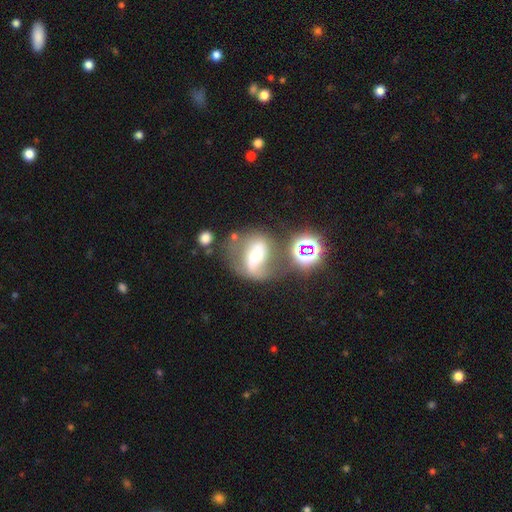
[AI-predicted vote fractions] smooth_or_featured: featured or disk (p=0.63) [alt: smooth p=0.23]
disk_edge_on: no (p=0.93) [alt: yes p=0.07]
bar: strong (p=0.42) [alt: no p=0.30]
has_spiral_arms: yes (p=0.72) [alt: no p=0.28]
bulge_size: moderate (p=0.51) [alt: small p=0.24]
merging: none (p=0.40) [alt: major disturbance p=0.24]